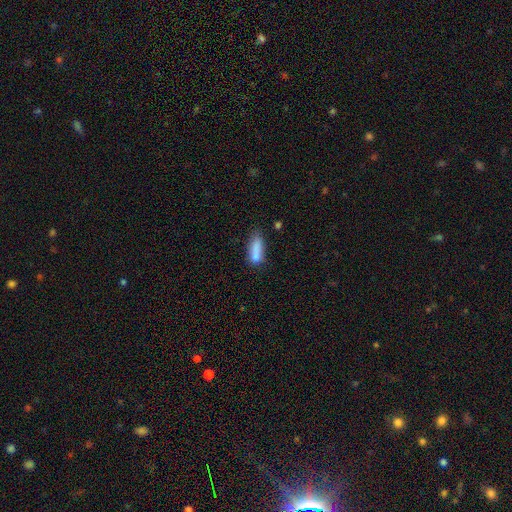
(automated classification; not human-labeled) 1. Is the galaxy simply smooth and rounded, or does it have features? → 79% smooth, 11% featured or disk, 9% star or artifact.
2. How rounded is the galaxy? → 58% in between, 40% cigar-shaped, 3% round.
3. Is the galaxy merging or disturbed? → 49% none, 27% minor disturbance, 13% merger, 11% major disturbance.